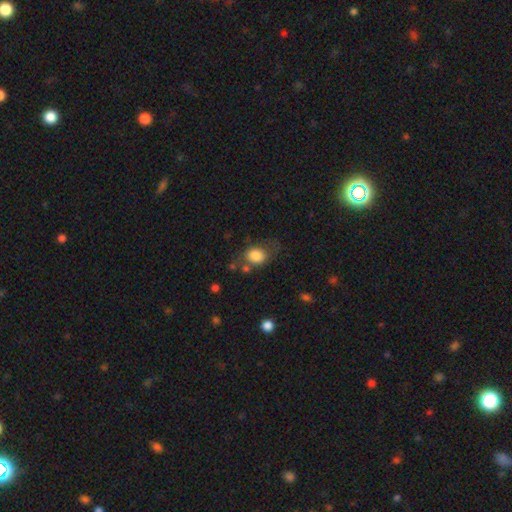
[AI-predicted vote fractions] A smooth galaxy with no disk features (82%) that is in between round and cigar-shaped (52%). Merging: none (54%).